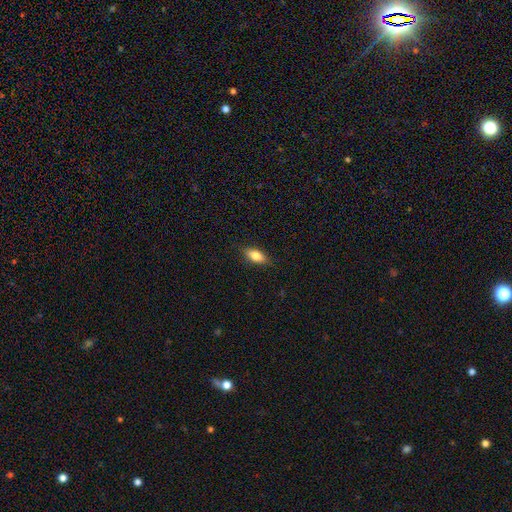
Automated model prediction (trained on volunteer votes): Overall: smooth (77%). How rounded: in between (82%). Merging: none (85%).